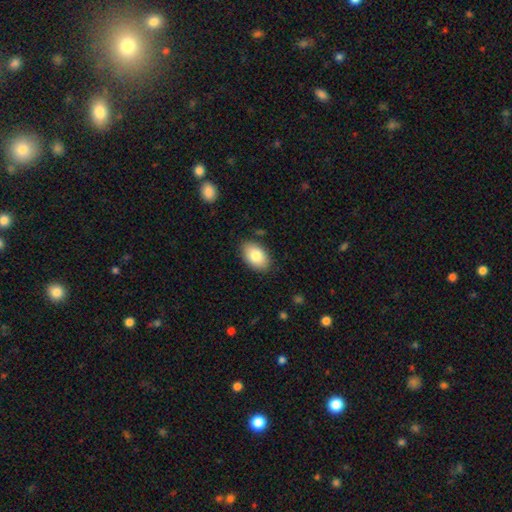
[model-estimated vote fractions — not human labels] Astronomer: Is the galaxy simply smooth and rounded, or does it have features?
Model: smooth — 82%.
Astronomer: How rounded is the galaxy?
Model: in between — 91%.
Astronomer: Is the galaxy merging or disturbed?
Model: none — 86%.